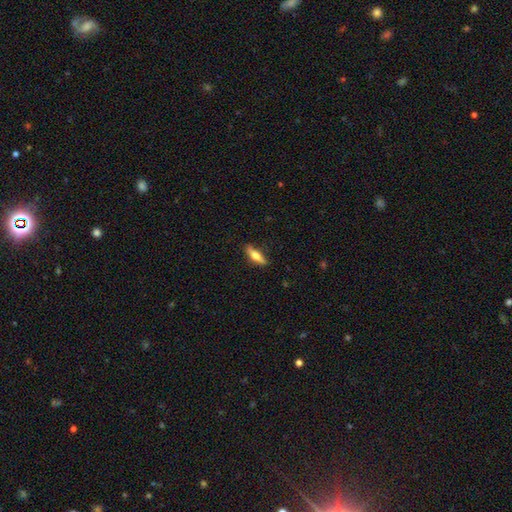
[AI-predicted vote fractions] Q: Smooth or featured?
A: smooth (55%); runner-up: featured or disk (39%)
Q: How rounded?
A: cigar-shaped (57%); runner-up: in between (40%)
Q: Merging?
A: none (84%); runner-up: minor disturbance (12%)